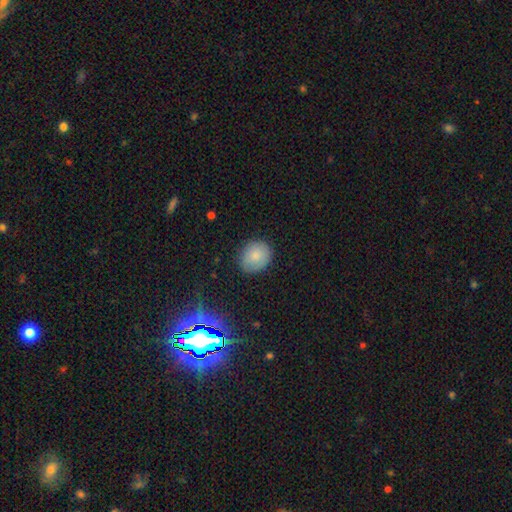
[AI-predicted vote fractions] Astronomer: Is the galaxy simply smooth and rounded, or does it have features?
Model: smooth — 83%.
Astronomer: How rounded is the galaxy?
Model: round — 62%.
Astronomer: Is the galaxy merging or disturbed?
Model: none — 83%.